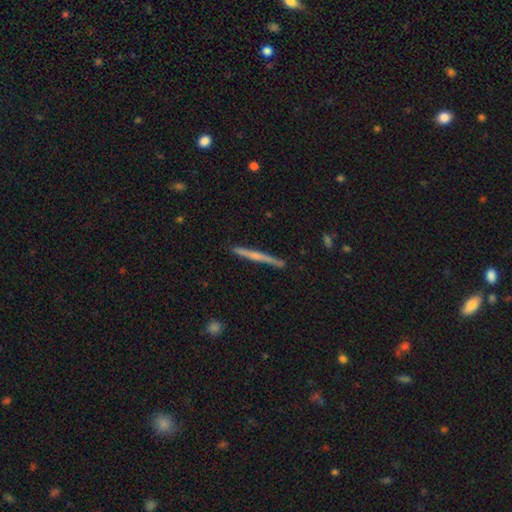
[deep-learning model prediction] Smooth or featured? Predicted: featured or disk (p=0.57). Edge-on disk? Predicted: yes (p=0.98). Edge-on bulge? Predicted: none (p=0.52). Merging? Predicted: none (p=0.89).